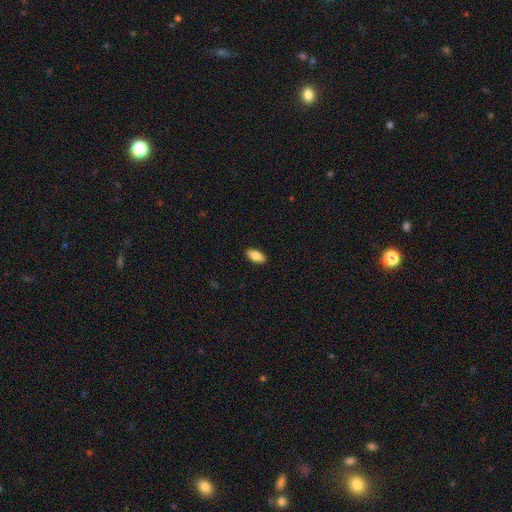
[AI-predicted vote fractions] This is clearly a smooth galaxy (86%). How rounded: clearly in between (88%). Merging: clearly none (90%).